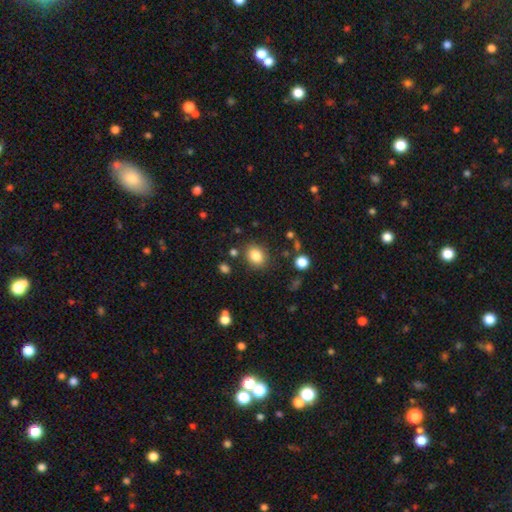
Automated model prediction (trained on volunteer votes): This is clearly a smooth galaxy (84%). How rounded: possibly in between (55%). Merging: clearly none (83%).